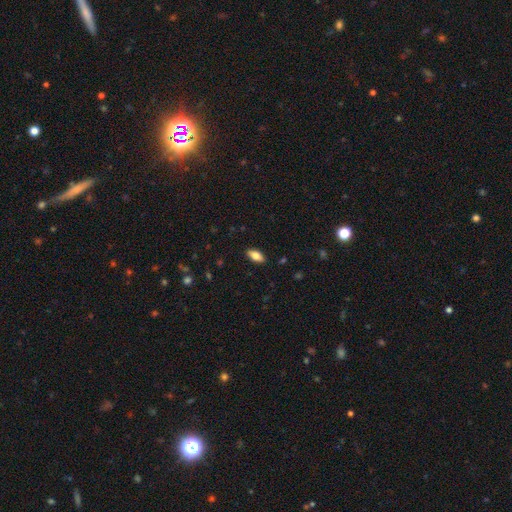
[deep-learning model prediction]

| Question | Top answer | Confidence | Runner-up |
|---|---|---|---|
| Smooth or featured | smooth | 78% | featured or disk (15%) |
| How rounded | in between | 86% | cigar-shaped (11%) |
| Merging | none | 89% | minor disturbance (8%) |